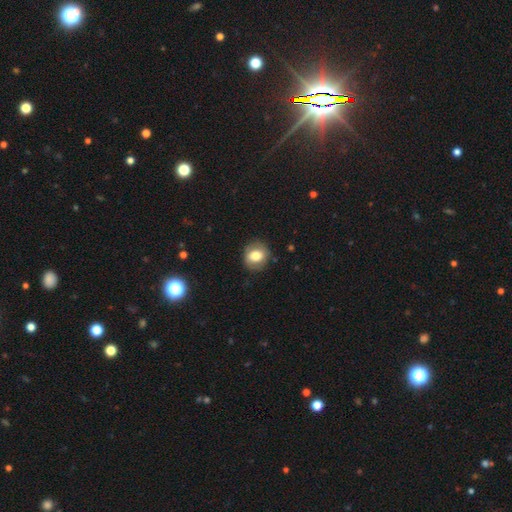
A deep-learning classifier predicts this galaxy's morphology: type=smooth (70%); roundness=round (73%); merging=none (81%).